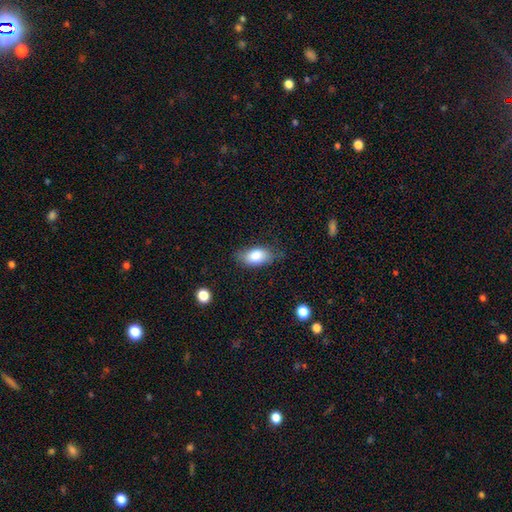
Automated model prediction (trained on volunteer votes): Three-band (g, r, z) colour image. It shows a smooth galaxy with no disk features (83%) that is in between round and cigar-shaped (90%). Merging: none (73%).